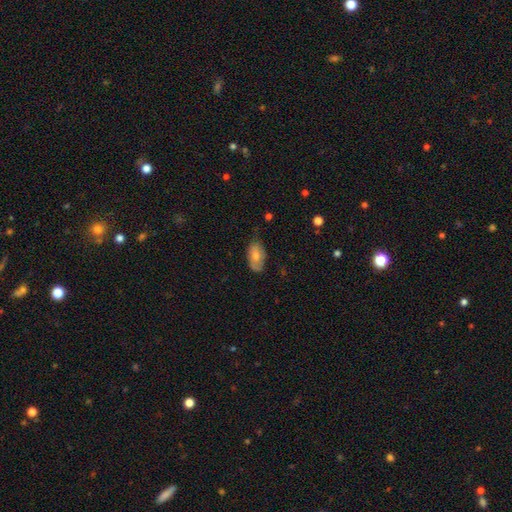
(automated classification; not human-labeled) smooth 69%, featured or disk 25%, star or artifact 7%. Down the decision tree: how rounded — in between (92%); merging — none (55%).